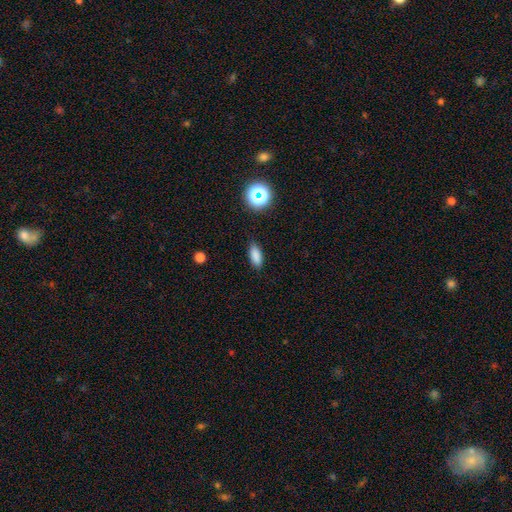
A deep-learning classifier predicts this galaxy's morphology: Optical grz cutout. It shows a smooth galaxy with no disk features (84%) that is in between round and cigar-shaped (76%). Merging: none (86%).